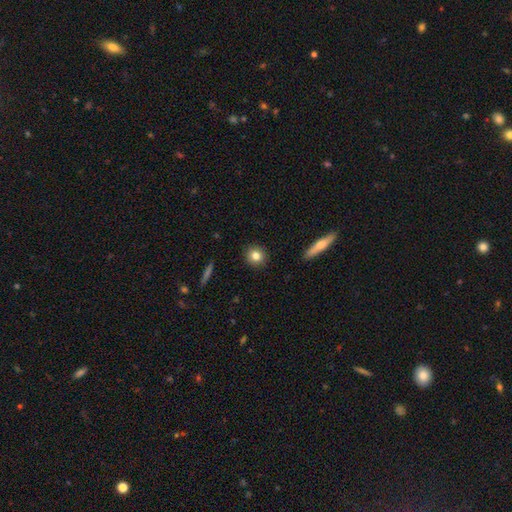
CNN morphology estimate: Smooth or featured? smooth (81%)
How rounded? round (90%)
Merging? none (92%)